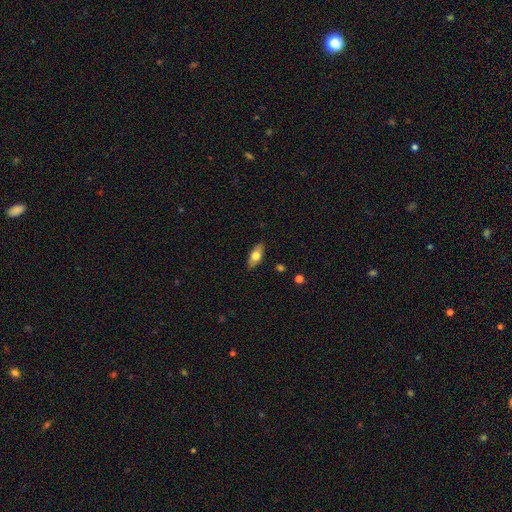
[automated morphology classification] Overall: smooth (66%; featured or disk 28%). How rounded: in between (82%). Merging: none (86%).